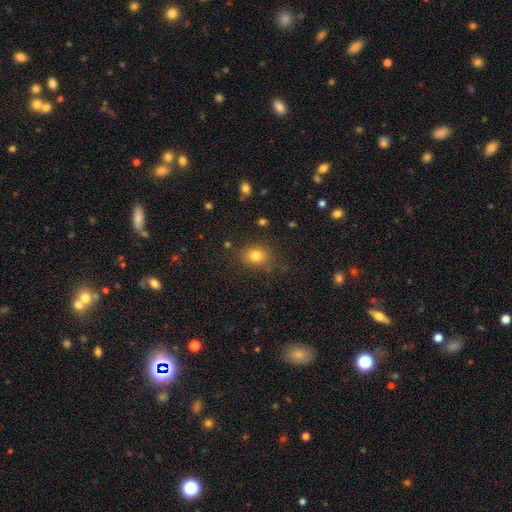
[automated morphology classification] A smooth galaxy with no disk features (79%) that is round (58%). Merging: none (79%).